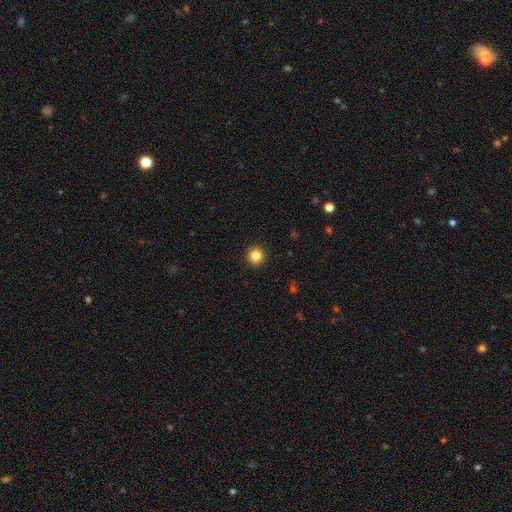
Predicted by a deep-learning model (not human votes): Smooth or featured? smooth (84%)
How rounded? round (95%)
Merging? none (93%)